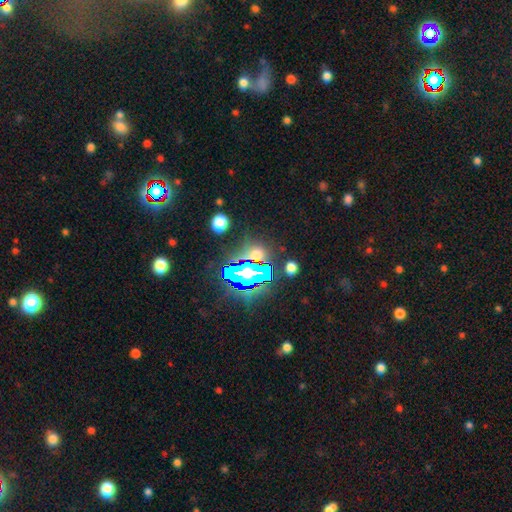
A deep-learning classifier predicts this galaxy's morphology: A star or artifact, not a galaxy (57%).

Vote fractions:
- Smooth or featured? star or artifact: 57% / smooth: 31% / featured or disk: 12%